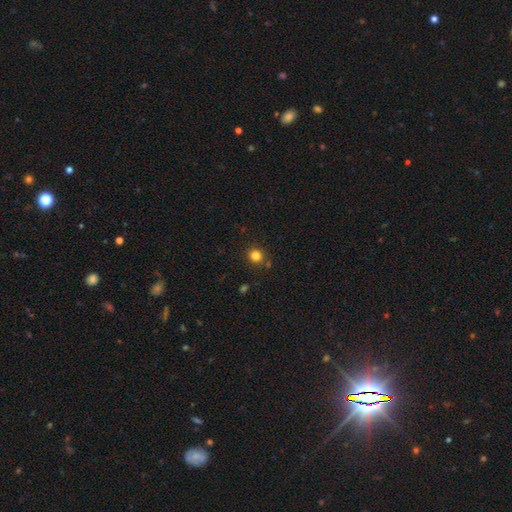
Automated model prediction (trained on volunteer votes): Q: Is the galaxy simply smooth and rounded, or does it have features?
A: smooth — 82%.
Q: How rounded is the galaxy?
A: round — 88%.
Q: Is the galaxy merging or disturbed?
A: none — 86%.